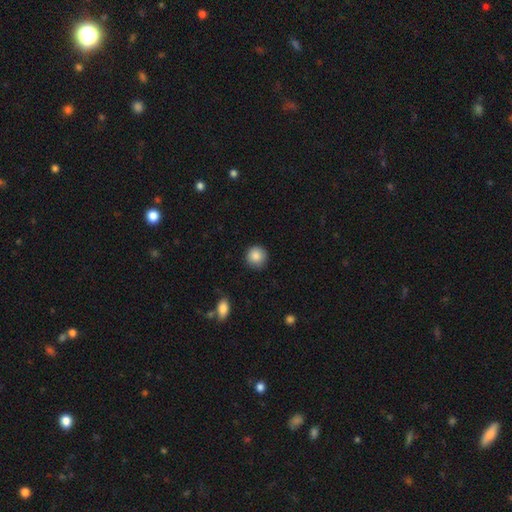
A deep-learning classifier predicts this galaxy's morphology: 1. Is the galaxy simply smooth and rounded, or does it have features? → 87% smooth, 8% star or artifact, 5% featured or disk.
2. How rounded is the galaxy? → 93% round, 6% in between, 1% cigar-shaped.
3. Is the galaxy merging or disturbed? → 87% none, 10% minor disturbance, 2% major disturbance, 1% merger.